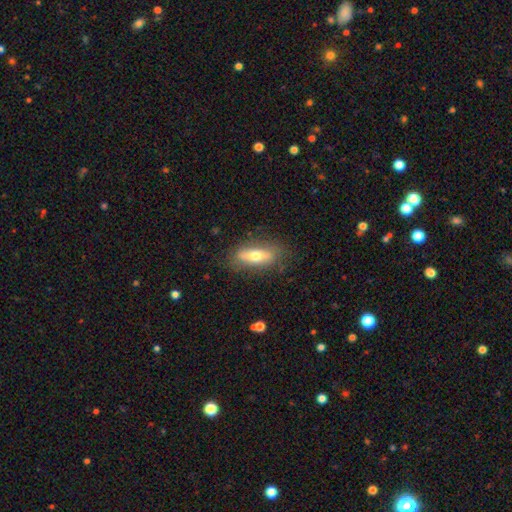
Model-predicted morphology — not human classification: Overall: smooth (57%; featured or disk 36%). How rounded: in between (64%; cigar-shaped 32%). Merging: none (79%).